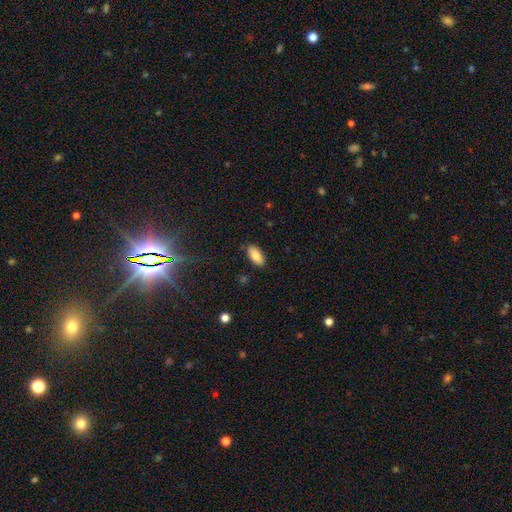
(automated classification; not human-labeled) The model was most divided on "smooth or featured": smooth: 84%, featured or disk: 9%, star or artifact: 7%. More confident: how rounded — in between (90%); merging — none (86%).